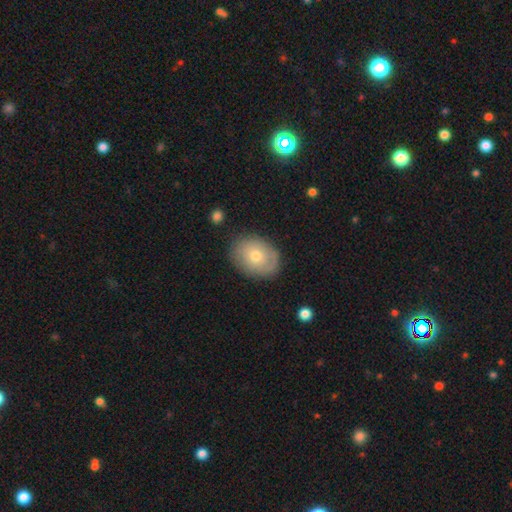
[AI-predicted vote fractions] The model was most divided on "smooth or featured": smooth: 56%, featured or disk: 36%, star or artifact: 8%. More confident: merging — none (80%); how rounded — in between (66%).